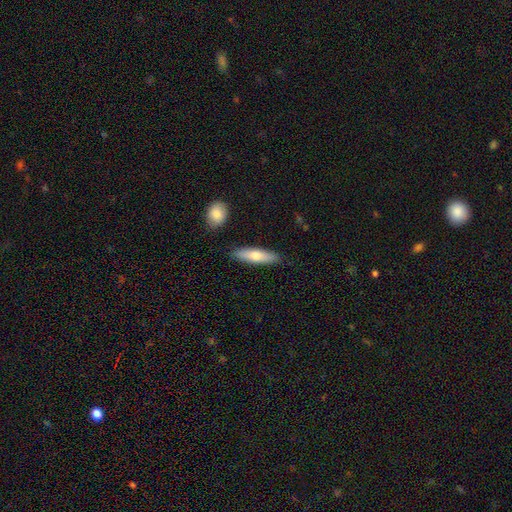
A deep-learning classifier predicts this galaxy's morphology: Overall: smooth (66%; featured or disk 29%). How rounded: cigar-shaped (67%; in between 31%). Merging: none (87%).